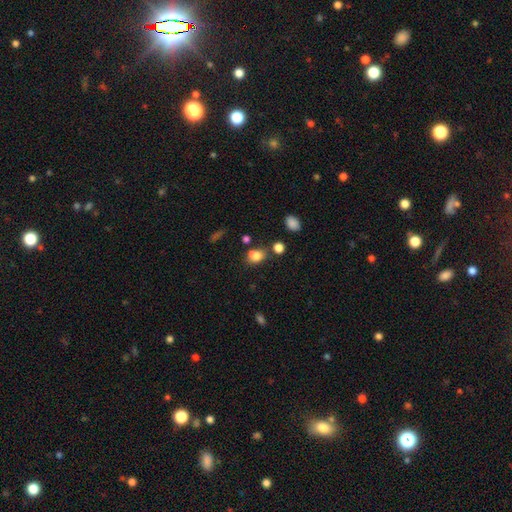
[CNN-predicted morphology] Smooth or featured?
  - smooth: 80% *
  - star or artifact: 12%
  - featured or disk: 8%
How rounded?
  - in between: 59% *
  - round: 40%
  - cigar-shaped: 2%
Merging?
  - none: 60% *
  - minor disturbance: 19%
  - merger: 15%
  - major disturbance: 6%